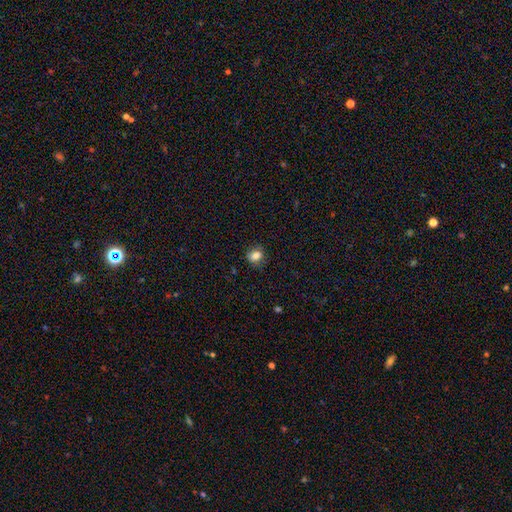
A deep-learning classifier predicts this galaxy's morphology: type=smooth (81%); roundness=round (63%); merging=none (81%).